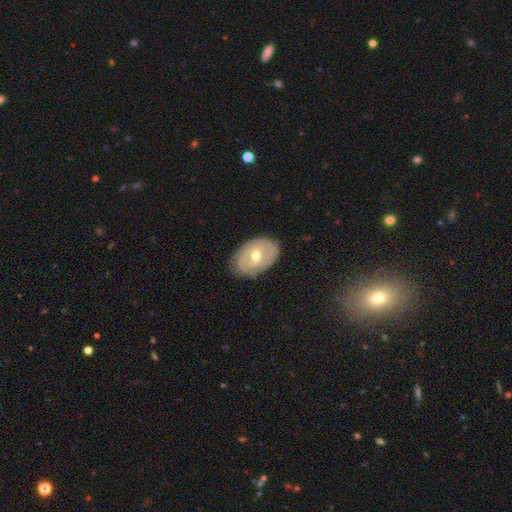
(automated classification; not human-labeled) Morphology: type=featured or disk (63%); edge-on=no (93%); bar=no (46%); spiral arms=yes (58%); bulge=moderate (74%); merging=none (77%).